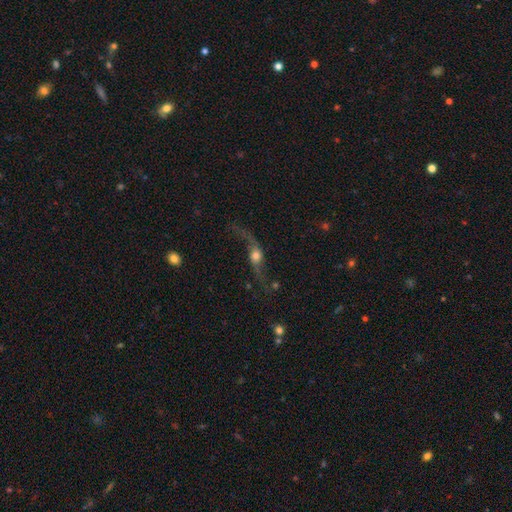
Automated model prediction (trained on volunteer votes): smooth_or_featured: featured or disk (p=0.77) [alt: smooth p=0.15]
disk_edge_on: no (p=0.76) [alt: yes p=0.24]
bar: no (p=0.67) [alt: weak p=0.24]
has_spiral_arms: yes (p=0.89) [alt: no p=0.11]
spiral_winding: loose (p=0.95) [alt: medium p=0.03]
spiral_arm_count: 2 (p=0.92) [alt: 1 p=0.03]
bulge_size: moderate (p=0.52) [alt: large p=0.21]
merging: none (p=0.55) [alt: major disturbance p=0.23]